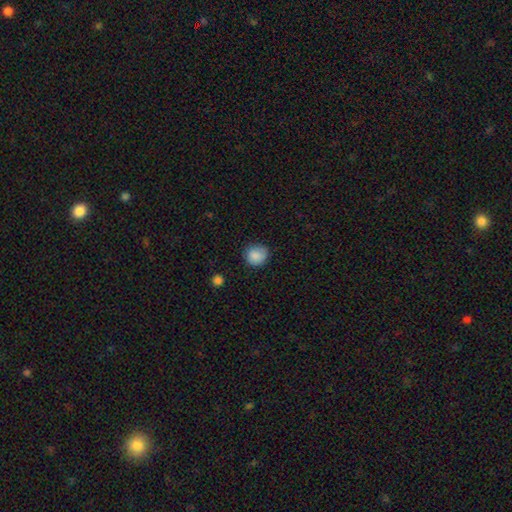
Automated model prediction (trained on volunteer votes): A smooth galaxy with no disk features (87%) that is round (87%).

Vote fractions:
- Smooth or featured? smooth: 87% / star or artifact: 9% / featured or disk: 4%
- How rounded? round: 87% / in between: 13% / cigar-shaped: 1%
- Merging? none: 80% / minor disturbance: 15% / major disturbance: 3% / merger: 1%